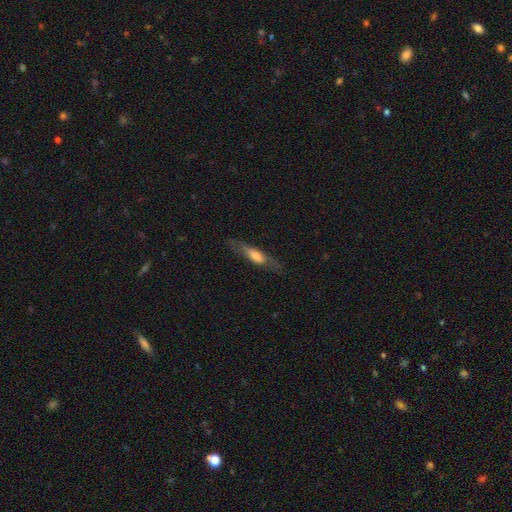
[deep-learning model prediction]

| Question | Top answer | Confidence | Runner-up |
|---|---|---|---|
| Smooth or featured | featured or disk | 50% | smooth (43%) |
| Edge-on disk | yes | 69% | no (31%) |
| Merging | none | 72% | minor disturbance (17%) |